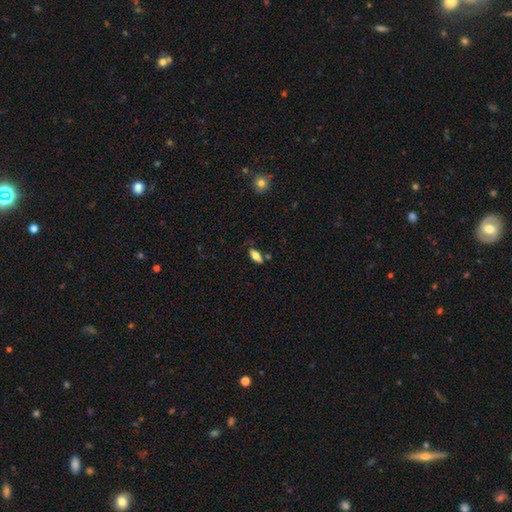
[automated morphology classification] This appears to be a smooth galaxy with no disk features (66%) that is in between round and cigar-shaped (74%). Merging: none (72%).